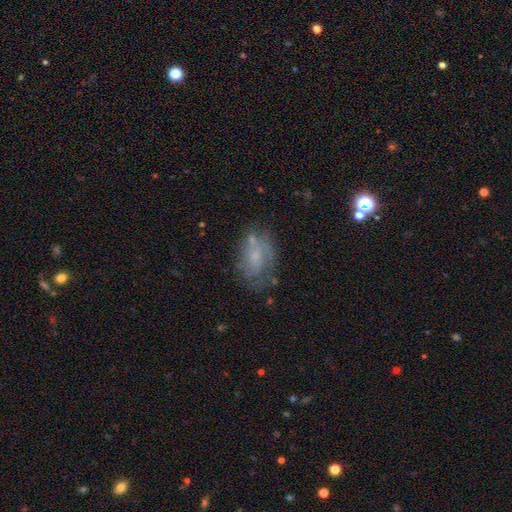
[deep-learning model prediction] Overall: featured or disk (53%; smooth 36%). Edge-on disk: no (96%). Bar: no (71%). Spiral arms: yes (59%; no 41%). Bulge size: small (47%; none 25%). Merging: none (53%; minor disturbance 25%).